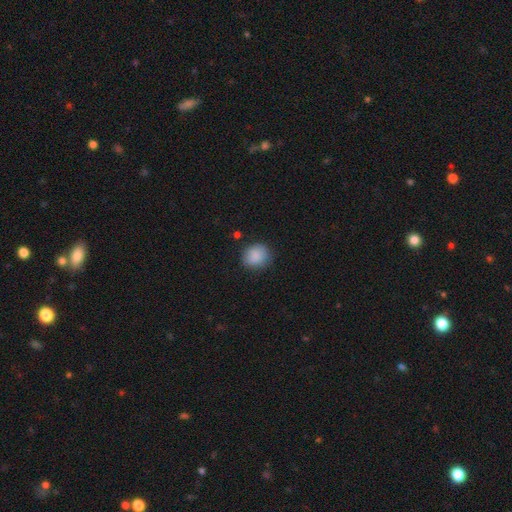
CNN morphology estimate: This is clearly a smooth galaxy (88%). How rounded: likely round (78%). Merging: clearly none (82%).